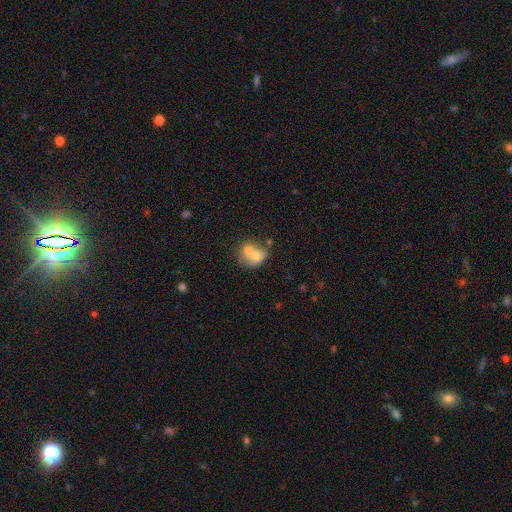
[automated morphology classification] smooth_or_featured: smooth (p=0.63) [alt: featured or disk p=0.28]
how_rounded: round (p=0.56) [alt: in between p=0.43]
merging: merger (p=0.67) [alt: none p=0.19]